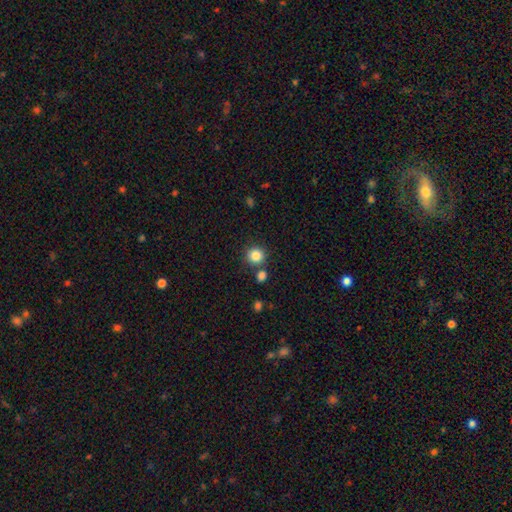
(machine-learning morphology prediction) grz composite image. It shows a smooth galaxy with no disk features (85%) that is round (92%). Merging: none (79%).